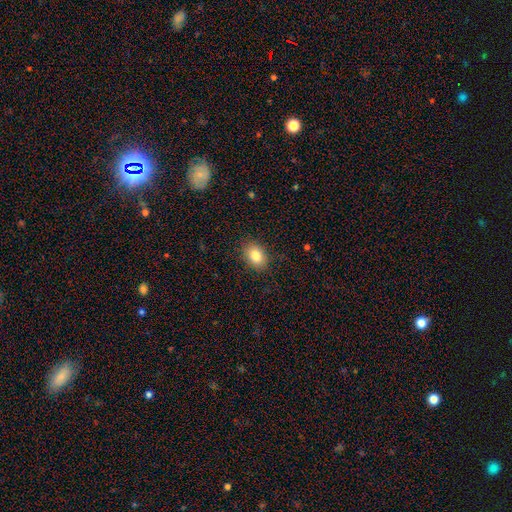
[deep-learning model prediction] smooth_or_featured: smooth (p=0.83) [alt: star or artifact p=0.09]
how_rounded: in between (p=0.73) [alt: round p=0.26]
merging: none (p=0.87) [alt: minor disturbance p=0.10]